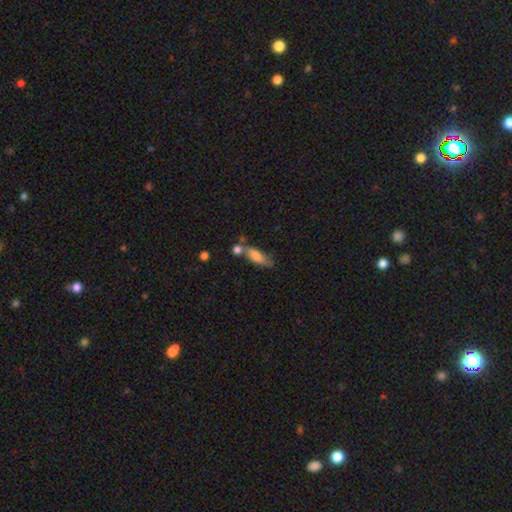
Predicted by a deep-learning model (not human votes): Smooth or featured? Predicted: smooth (p=0.70). How rounded? Predicted: in between (p=0.52). Merging? Predicted: none (p=0.45).